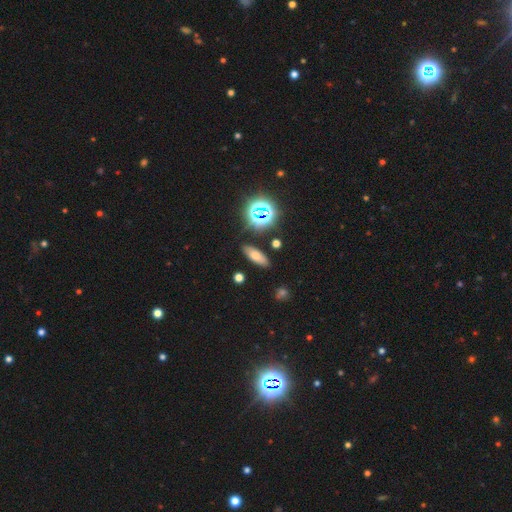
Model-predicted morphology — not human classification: Q: Smooth or featured?
A: smooth (64%); runner-up: star or artifact (19%)
Q: How rounded?
A: in between (62%); runner-up: cigar-shaped (31%)
Q: Merging?
A: none (85%); runner-up: minor disturbance (9%)